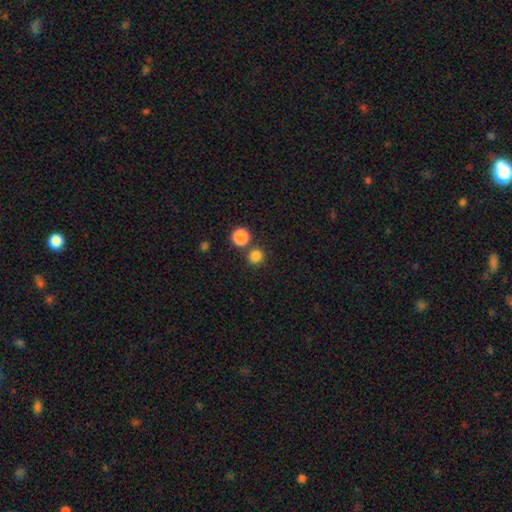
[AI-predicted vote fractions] This is clearly a smooth galaxy (82%). How rounded: clearly round (91%). Merging: likely none (75%).